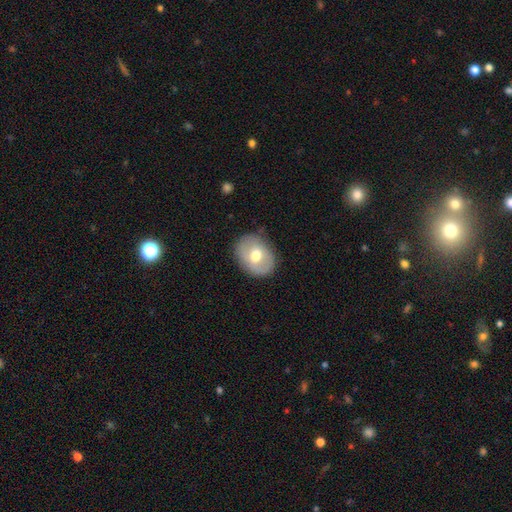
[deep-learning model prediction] smooth-or-featured: smooth: 56% | featured or disk: 37% | star or artifact: 7%
  how-rounded: in between: 54% | round: 46% | cigar-shaped: 1%
  merging: none: 80% | minor disturbance: 15% | major disturbance: 4% | merger: 1%